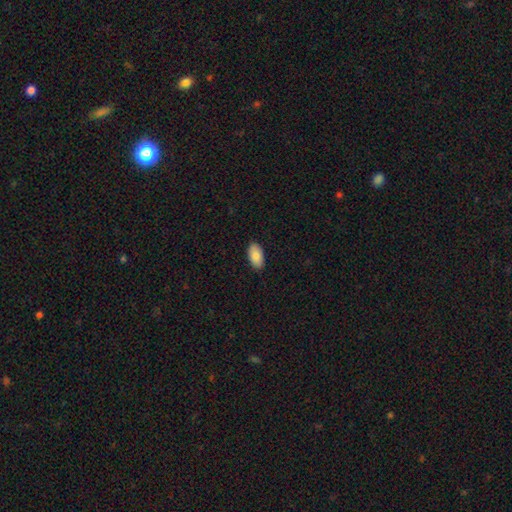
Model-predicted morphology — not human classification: smooth 88%, star or artifact 6%, featured or disk 6%. Down the decision tree: how rounded — in between (96%); merging — none (89%).